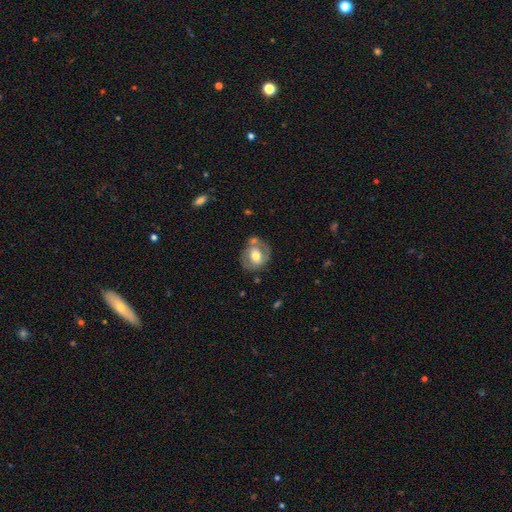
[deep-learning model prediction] smooth_or_featured: featured or disk (p=0.51) [alt: smooth p=0.42]
disk_edge_on: no (p=0.94) [alt: yes p=0.06]
merging: none (p=0.60) [alt: minor disturbance p=0.18]